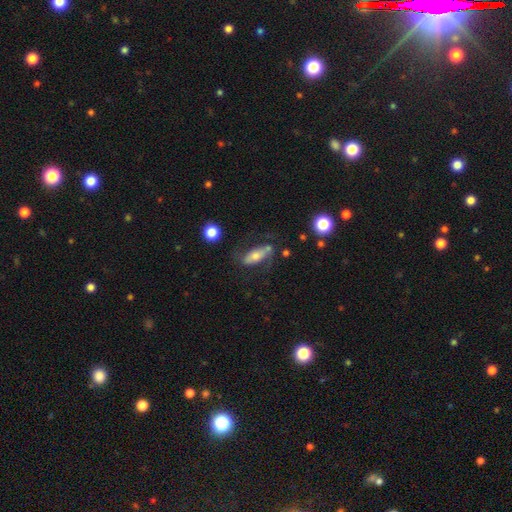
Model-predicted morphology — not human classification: Smooth or featured?
  - smooth: 47% *
  - featured or disk: 44%
  - star or artifact: 8%
Merging?
  - none: 56% *
  - minor disturbance: 21%
  - major disturbance: 17%
  - merger: 6%